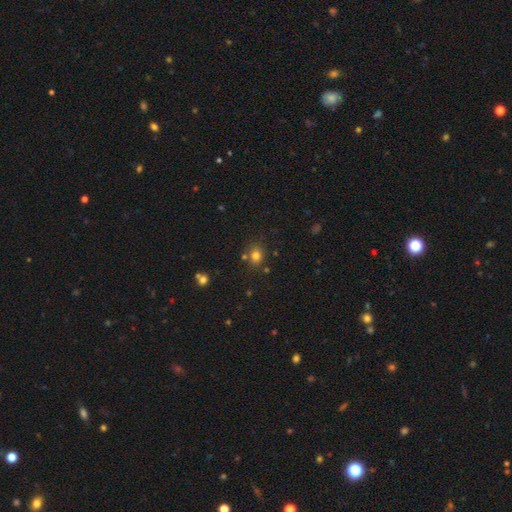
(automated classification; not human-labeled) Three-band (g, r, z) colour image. It shows a smooth galaxy with no disk features (77%) that is round (68%). Merging: none (75%).